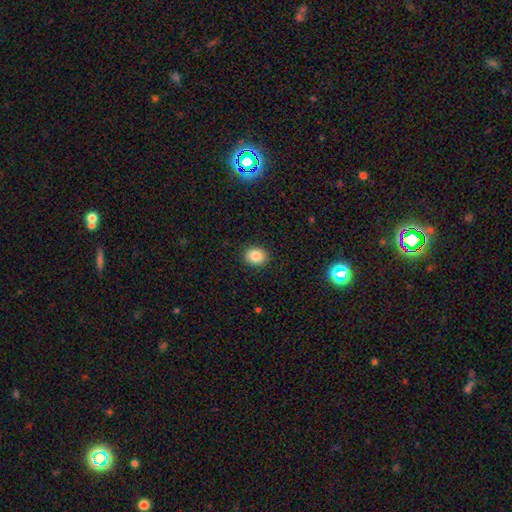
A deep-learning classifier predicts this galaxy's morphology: The model was most divided on "how rounded": round: 61%, in between: 38%, cigar-shaped: 1%. More confident: merging — none (90%); smooth or featured — smooth (85%).